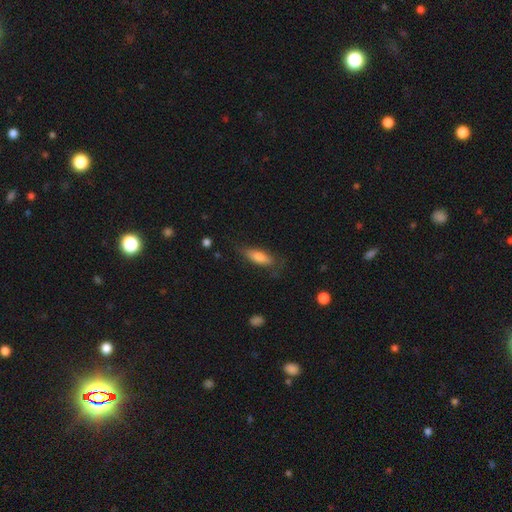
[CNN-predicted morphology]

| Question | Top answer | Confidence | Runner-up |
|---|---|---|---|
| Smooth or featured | smooth | 71% | featured or disk (21%) |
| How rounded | in between | 49% | tied: cigar-shaped (49%) |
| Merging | none | 71% | minor disturbance (20%) |